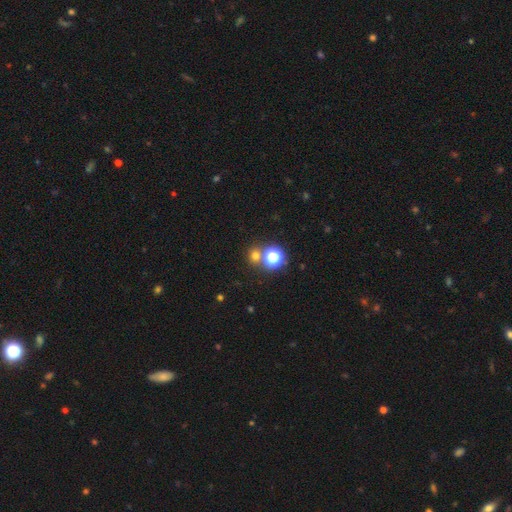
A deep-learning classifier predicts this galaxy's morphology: A smooth galaxy with no disk features (64%) that is round (85%).

Vote fractions:
- Smooth or featured? smooth: 64% / star or artifact: 30% / featured or disk: 6%
- How rounded? round: 85% / in between: 14% / cigar-shaped: 1%
- Merging? none: 71% / merger: 18% / minor disturbance: 7% / major disturbance: 3%